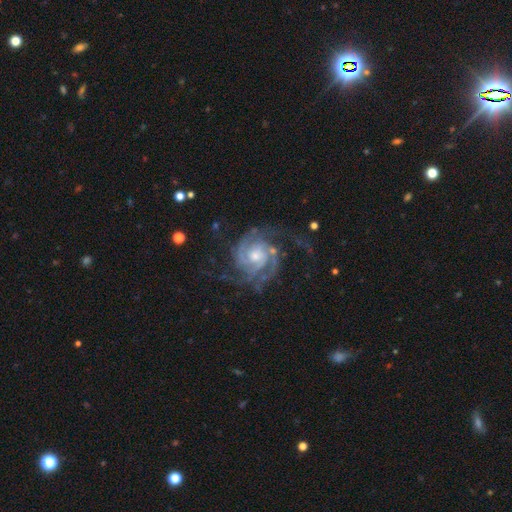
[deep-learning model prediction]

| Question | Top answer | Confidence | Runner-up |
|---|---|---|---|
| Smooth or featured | featured or disk | 92% | star or artifact (5%) |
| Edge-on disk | no | 98% | yes (2%) |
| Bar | no | 65% | weak (28%) |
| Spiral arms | yes | 98% | no (2%) |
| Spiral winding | tight | 57% | medium (36%) |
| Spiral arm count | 2 | 39% | 3 (27%) |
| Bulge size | moderate | 53% | small (39%) |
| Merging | none | 66% | minor disturbance (17%) |